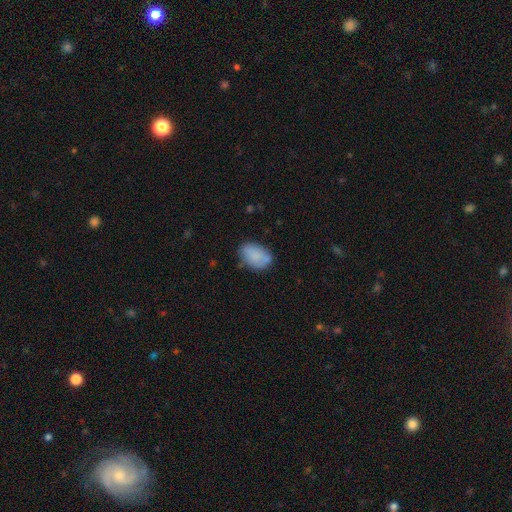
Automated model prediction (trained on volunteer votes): Overall: smooth (82%). How rounded: in between (86%). Merging: none (65%).